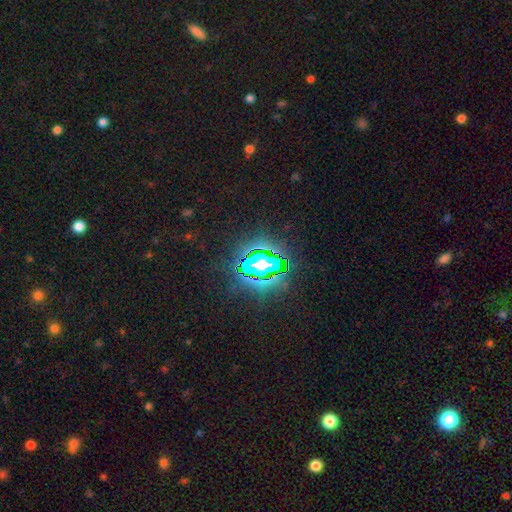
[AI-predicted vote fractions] smooth_or_featured: star or artifact (p=0.81) [alt: smooth p=0.12]